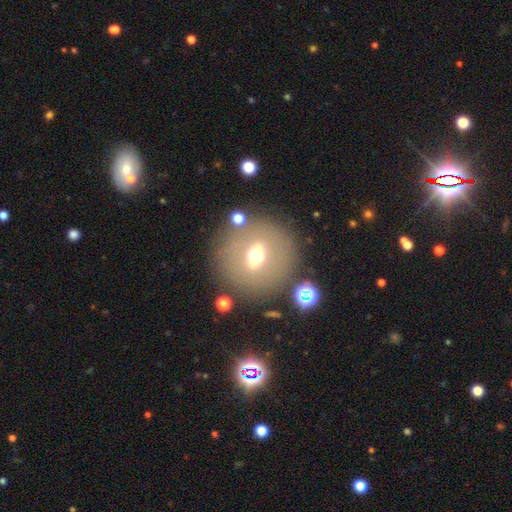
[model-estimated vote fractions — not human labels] Smooth or featured: smooth — 44% (featured or disk — 43%)
Merging: none — 80% (minor disturbance — 9%)